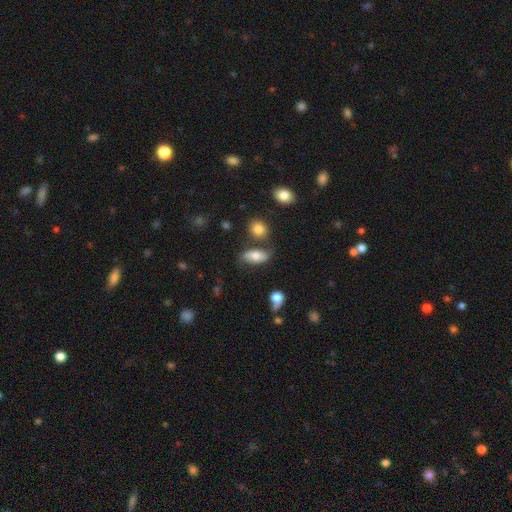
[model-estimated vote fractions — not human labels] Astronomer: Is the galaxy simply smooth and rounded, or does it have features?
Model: smooth — 63%.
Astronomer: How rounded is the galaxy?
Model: in between — 88%.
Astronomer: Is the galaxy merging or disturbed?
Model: none — 65%.